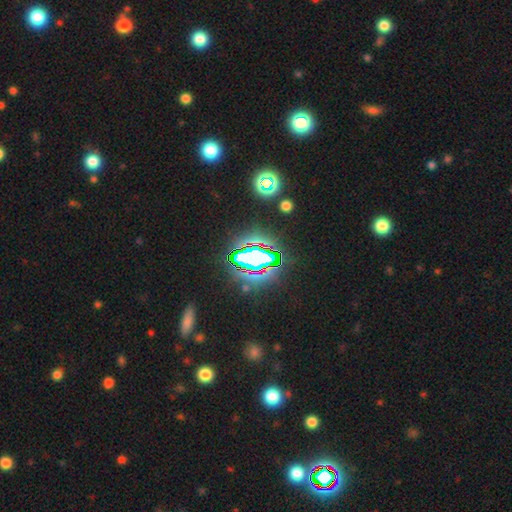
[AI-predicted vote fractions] This is likely a star or artifact rather than a galaxy (80%).